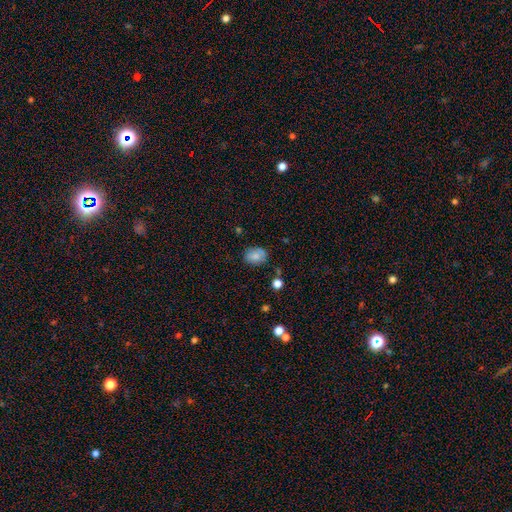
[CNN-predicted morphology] A smooth galaxy with no disk features (82%) that is in between round and cigar-shaped (68%).

Vote fractions:
- Smooth or featured? smooth: 82% / star or artifact: 9% / featured or disk: 9%
- How rounded? in between: 68% / round: 31% / cigar-shaped: 1%
- Merging? none: 75% / minor disturbance: 18% / major disturbance: 4% / merger: 3%